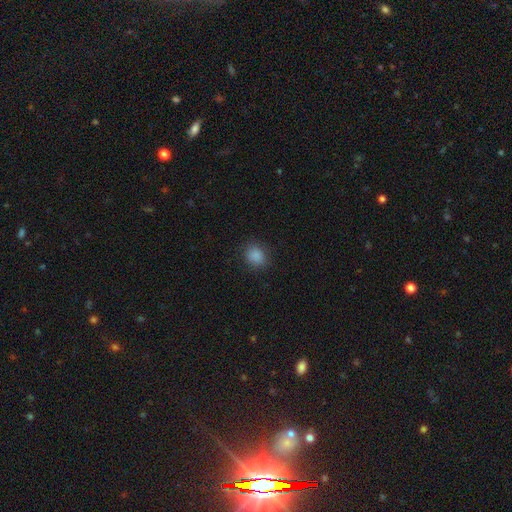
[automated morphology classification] Smooth or featured: smooth — 86% (star or artifact — 10%)
How rounded: round — 65% (in between — 34%)
Merging: none — 84% (minor disturbance — 11%)